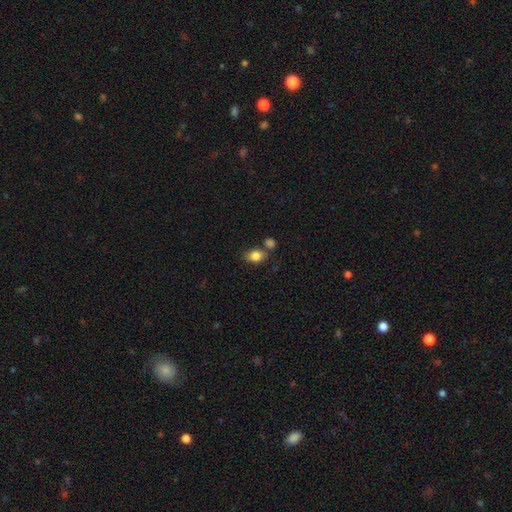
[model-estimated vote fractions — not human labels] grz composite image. It shows a smooth galaxy with no disk features (84%) that is in between round and cigar-shaped (71%). Merging: none (59%).